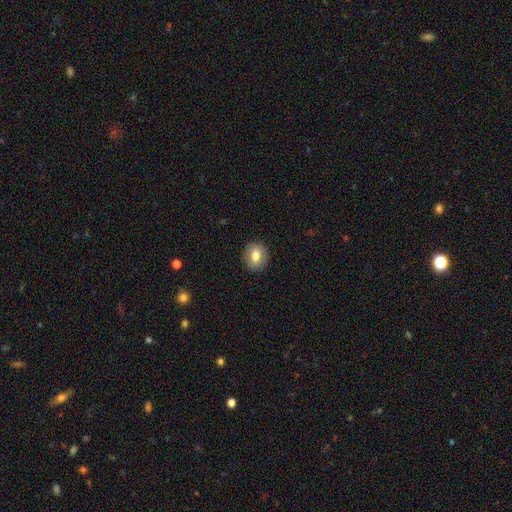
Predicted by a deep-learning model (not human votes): smooth 77%, featured or disk 15%, star or artifact 8%. Down the decision tree: how rounded — round (66%); merging — none (90%).